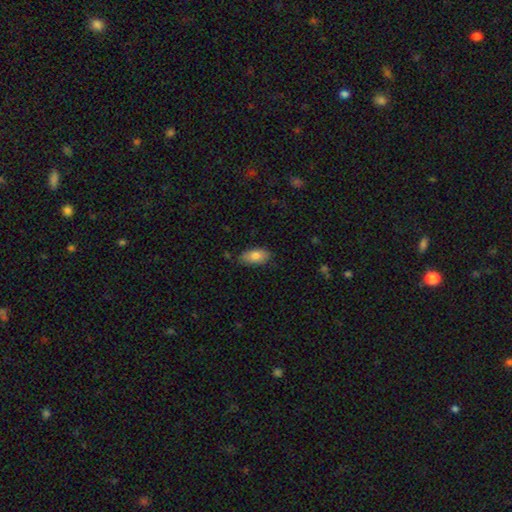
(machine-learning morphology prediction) Q: Smooth or featured?
A: smooth (81%); runner-up: featured or disk (12%)
Q: How rounded?
A: in between (92%); runner-up: cigar-shaped (5%)
Q: Merging?
A: none (79%); runner-up: minor disturbance (16%)